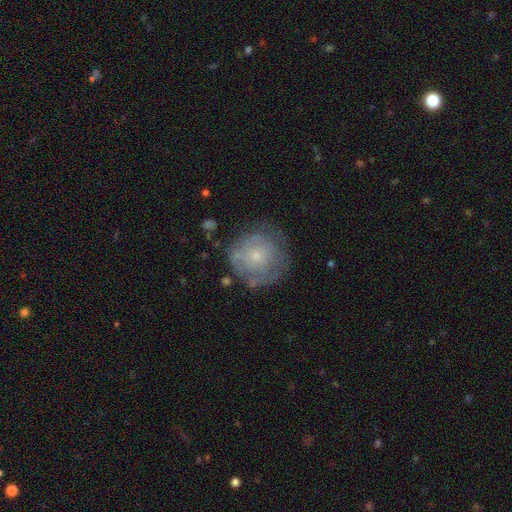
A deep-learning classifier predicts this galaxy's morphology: This is possibly a smooth galaxy (47%). Merging: likely none (64%).